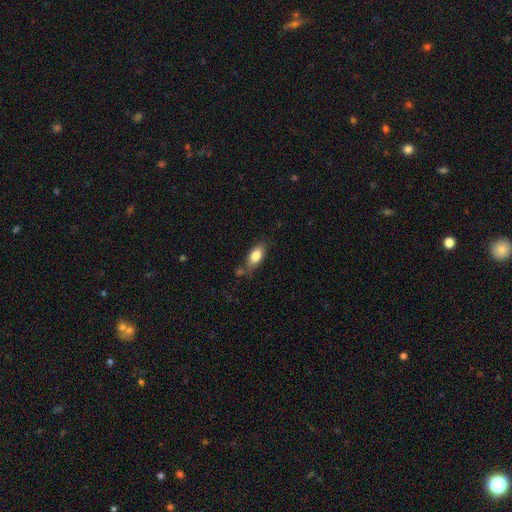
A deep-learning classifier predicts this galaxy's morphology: This appears to be a smooth galaxy with no disk features (81%) that is in between round and cigar-shaped (86%). Merging: none (64%).